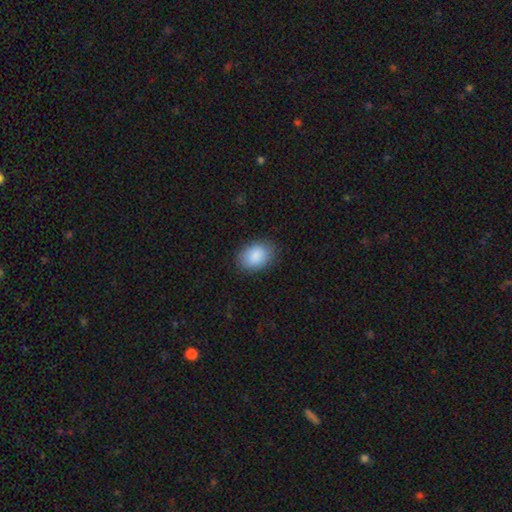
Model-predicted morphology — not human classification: This is clearly a smooth galaxy (89%). How rounded: likely in between (80%). Merging: clearly none (85%).